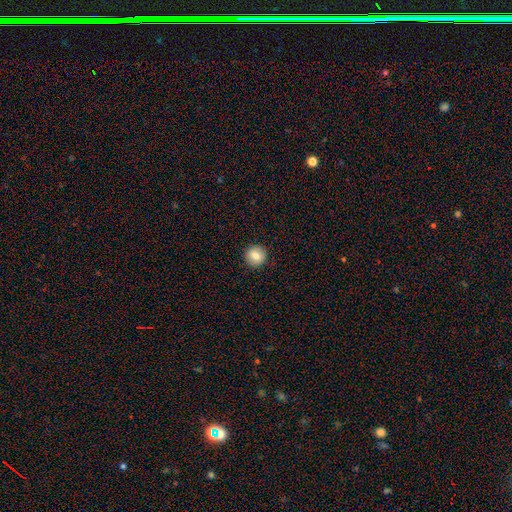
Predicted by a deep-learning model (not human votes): This appears to be a smooth galaxy with no disk features (83%) that is round (94%). Merging: none (92%).